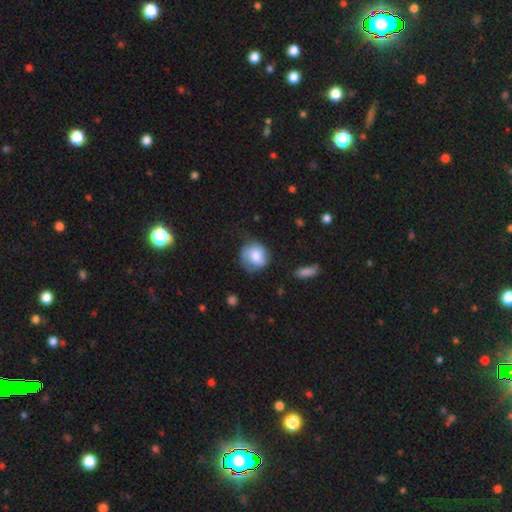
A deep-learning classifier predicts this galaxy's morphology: Smooth or featured? smooth (67%)
How rounded? round (79%)
Merging? none (57%)